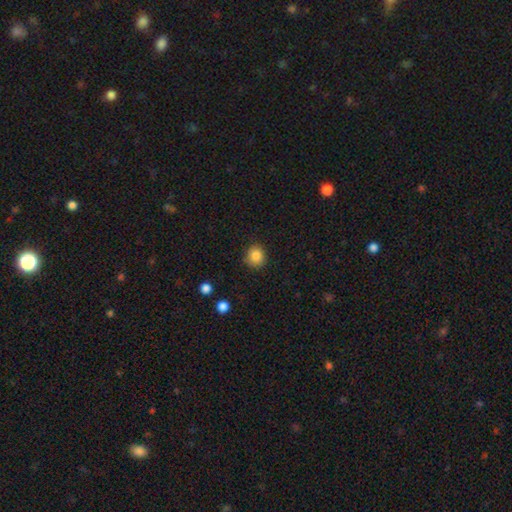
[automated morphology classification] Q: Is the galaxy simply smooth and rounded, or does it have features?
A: smooth — 86%.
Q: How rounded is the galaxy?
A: round — 87%.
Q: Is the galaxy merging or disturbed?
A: none — 86%.